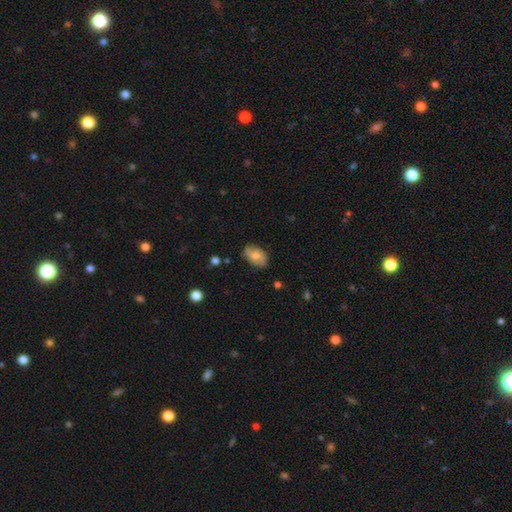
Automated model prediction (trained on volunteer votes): The model was most divided on "smooth or featured": smooth: 60%, featured or disk: 32%, star or artifact: 8%. More confident: how rounded — in between (86%); merging — none (73%).